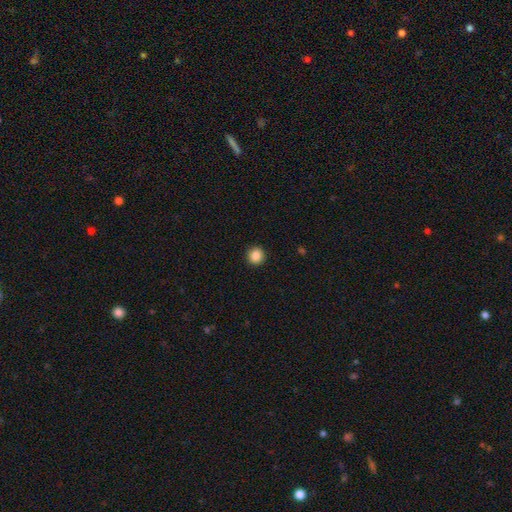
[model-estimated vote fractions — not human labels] Smooth or featured? Predicted: smooth (p=0.86). How rounded? Predicted: round (p=0.95). Merging? Predicted: none (p=0.93).